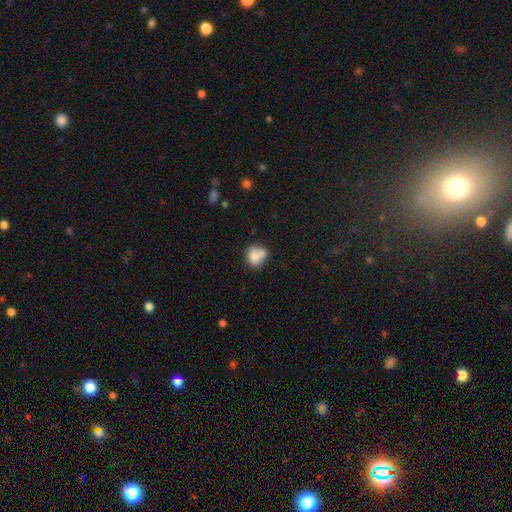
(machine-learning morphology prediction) Q: Smooth or featured?
A: smooth (76%); runner-up: featured or disk (15%)
Q: How rounded?
A: round (60%); runner-up: in between (39%)
Q: Merging?
A: merger (47%); runner-up: none (36%)